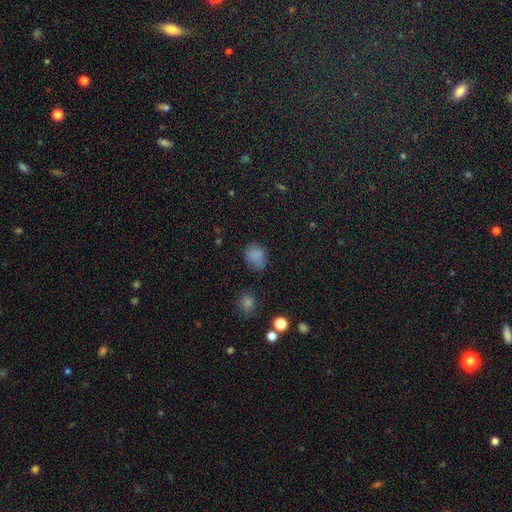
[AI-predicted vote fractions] Smooth or featured: smooth — 81% (star or artifact — 13%)
How rounded: round — 56% (in between — 43%)
Merging: none — 71% (minor disturbance — 20%)